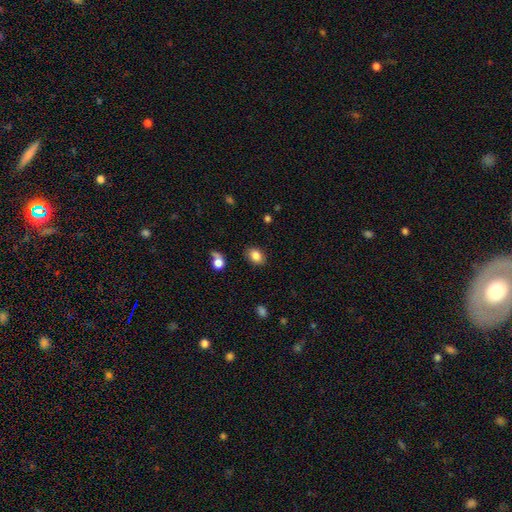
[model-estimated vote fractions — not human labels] Morphology: type=smooth (84%); roundness=in between (66%); merging=none (84%).